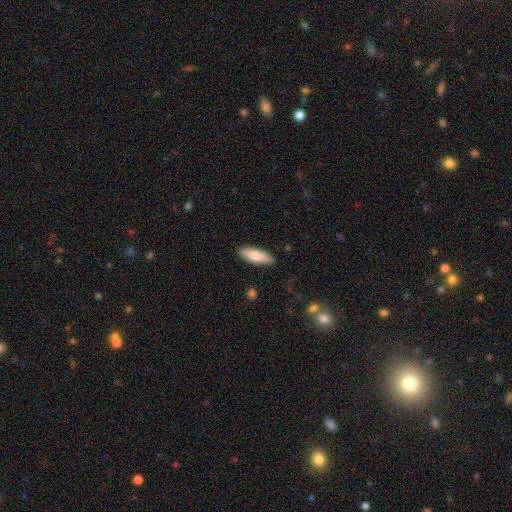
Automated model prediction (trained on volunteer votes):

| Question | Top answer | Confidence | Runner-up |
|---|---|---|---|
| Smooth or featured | smooth | 82% | featured or disk (13%) |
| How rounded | in between | 59% | cigar-shaped (39%) |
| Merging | none | 87% | minor disturbance (10%) |